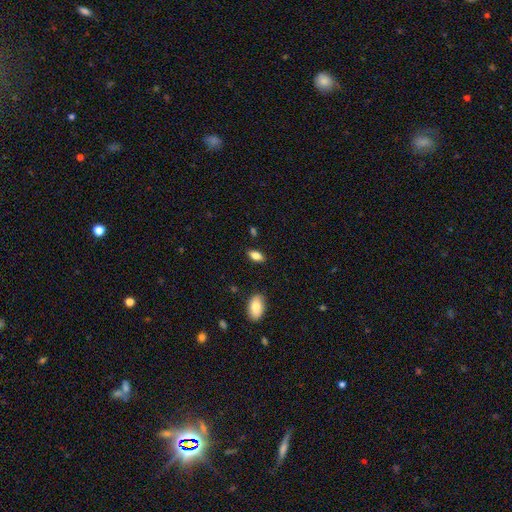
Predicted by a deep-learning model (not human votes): Q: Smooth or featured?
A: smooth (82%); runner-up: featured or disk (10%)
Q: How rounded?
A: in between (89%); runner-up: cigar-shaped (8%)
Q: Merging?
A: none (86%); runner-up: minor disturbance (10%)